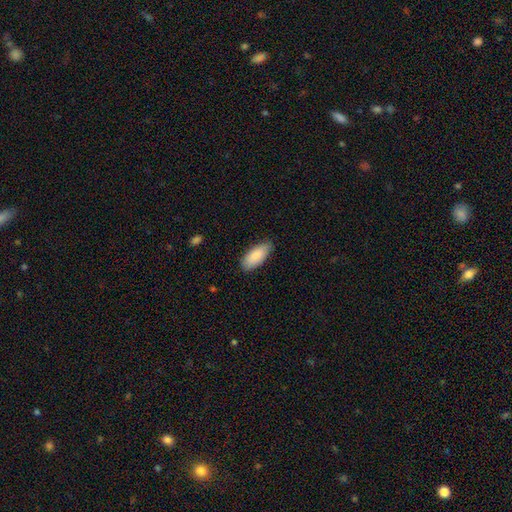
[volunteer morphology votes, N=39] A smooth galaxy with no disk features (87%) that is in between round and cigar-shaped (88%). Merging: none (81%).